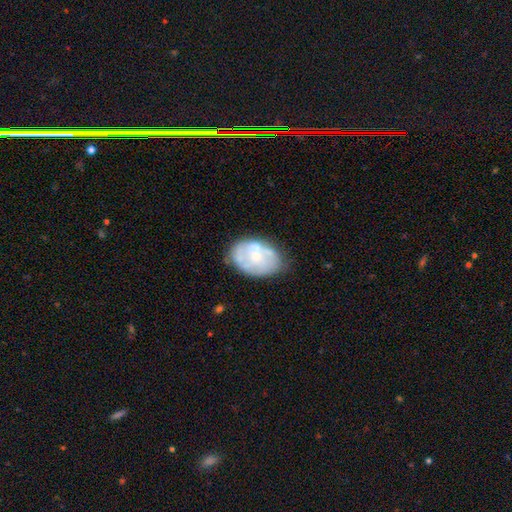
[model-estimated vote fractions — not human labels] Overall: featured or disk (55%; smooth 38%). Edge-on disk: no (97%). Bar: no (86%). Spiral arms: no (71%). Bulge size: small (50%; moderate 39%). Merging: none (58%; minor disturbance 26%).